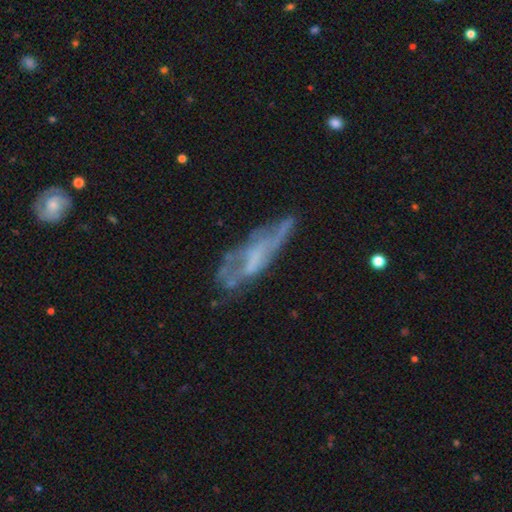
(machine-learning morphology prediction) A featured or disk galaxy (59%). Merging: none (52%).